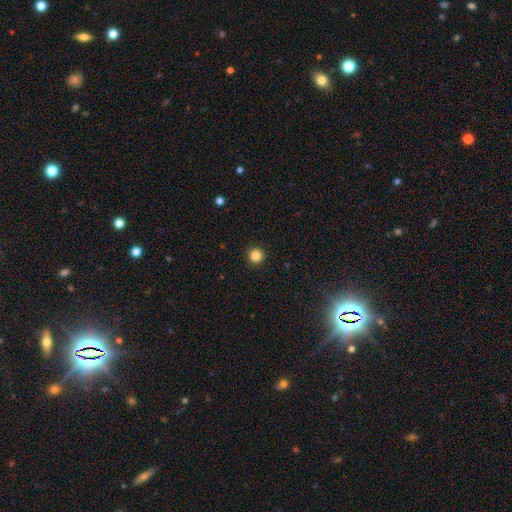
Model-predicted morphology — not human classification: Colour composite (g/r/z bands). It shows a smooth galaxy with no disk features (85%) that is round (97%). Merging: none (94%).